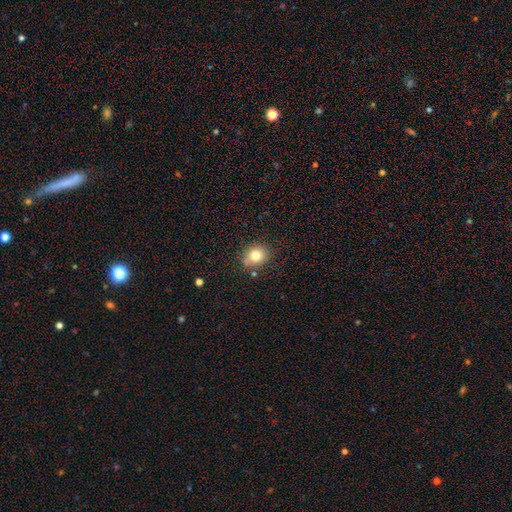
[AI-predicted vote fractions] A smooth galaxy with no disk features (78%) that is round (66%). Merging: none (76%).